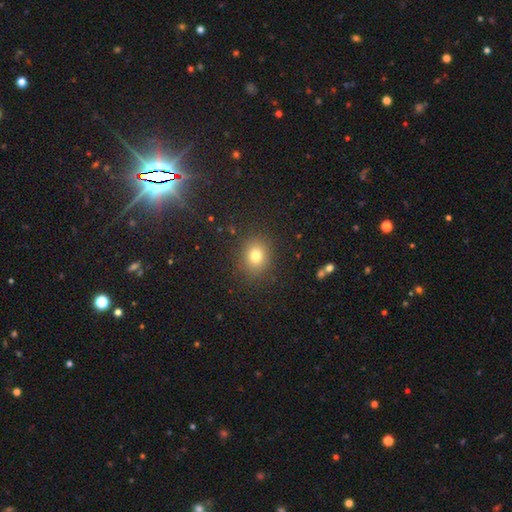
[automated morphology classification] smooth 78%, star or artifact 14%, featured or disk 8%. Down the decision tree: how rounded — round (66%); merging — none (87%).